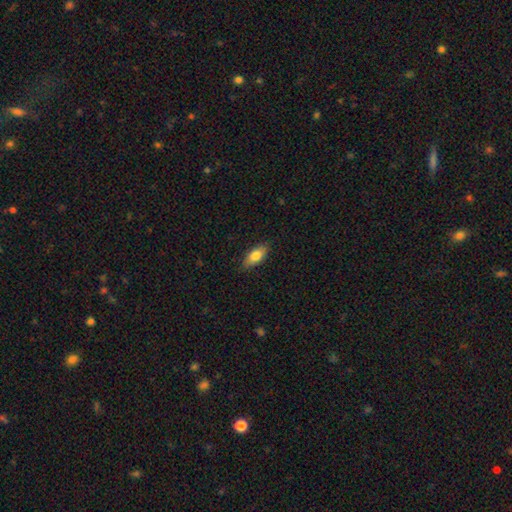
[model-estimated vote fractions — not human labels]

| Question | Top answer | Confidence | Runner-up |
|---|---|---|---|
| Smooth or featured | smooth | 79% | featured or disk (15%) |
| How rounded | in between | 83% | cigar-shaped (14%) |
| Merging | none | 84% | minor disturbance (13%) |